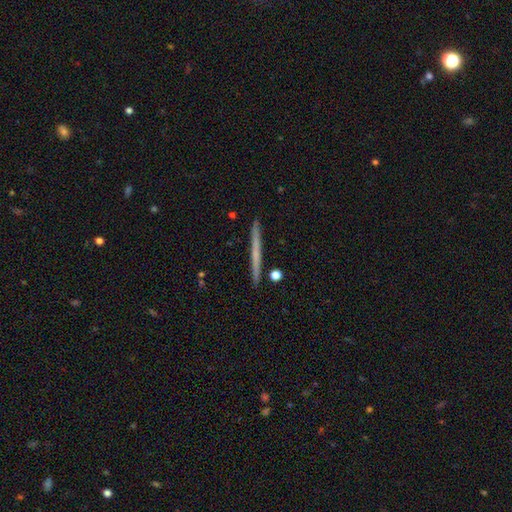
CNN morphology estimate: This is possibly a featured or disk galaxy (48%). Merging: clearly none (92%).